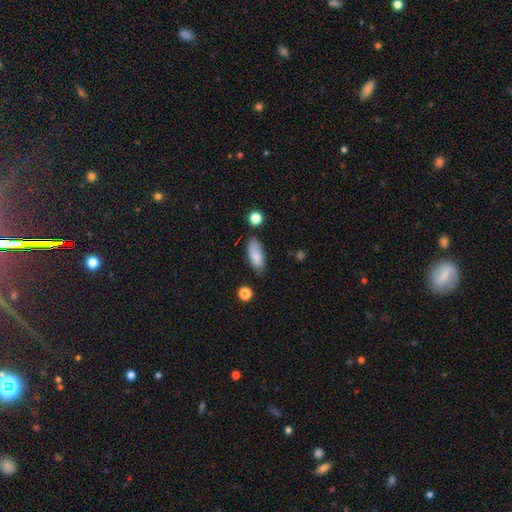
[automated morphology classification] The model was most divided on "merging": none: 74%, minor disturbance: 19%, major disturbance: 4%, merger: 3%. More confident: smooth or featured — smooth (85%); how rounded — in between (84%).